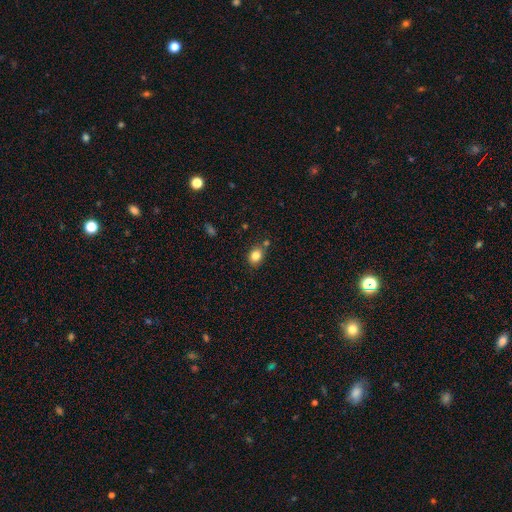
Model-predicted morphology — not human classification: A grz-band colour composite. It shows a smooth galaxy with no disk features (83%) that is in between round and cigar-shaped (51%). Merging: none (73%).